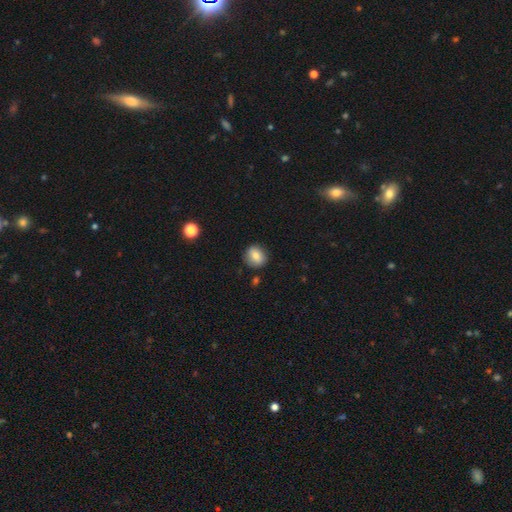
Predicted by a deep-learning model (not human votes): smooth-or-featured: smooth: 78% | featured or disk: 13% | star or artifact: 9%
  how-rounded: round: 81% | in between: 18% | cigar-shaped: 1%
  merging: none: 85% | minor disturbance: 10% | major disturbance: 2% | merger: 2%